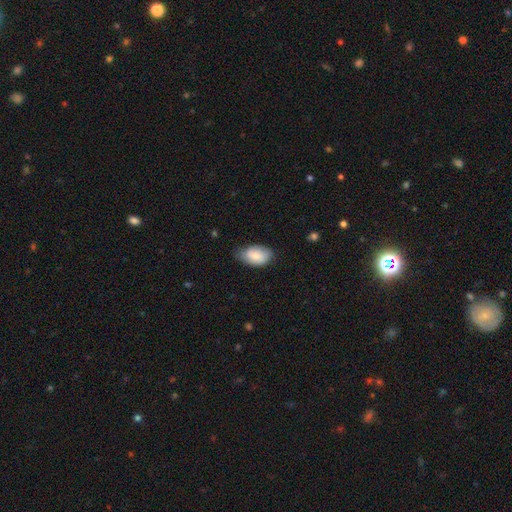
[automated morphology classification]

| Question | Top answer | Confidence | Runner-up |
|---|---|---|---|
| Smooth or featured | smooth | 78% | featured or disk (15%) |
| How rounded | in between | 92% | round (7%) |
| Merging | none | 59% | minor disturbance (33%) |